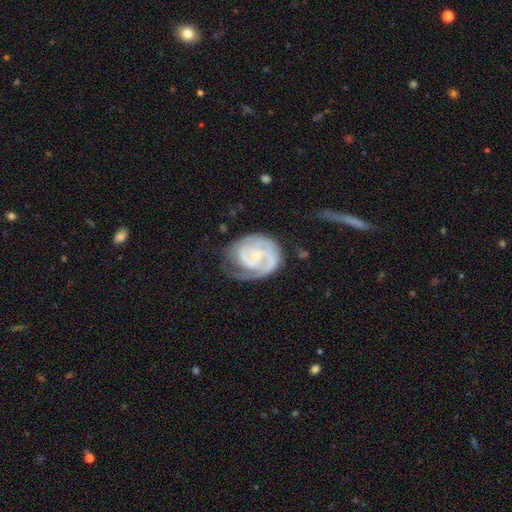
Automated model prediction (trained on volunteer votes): featured or disk 85%, smooth 10%, star or artifact 5%. Down the decision tree: edge-on disk — no (98%); bar — no (60%); spiral arms — yes (96%); spiral arm count — 2 (49%); spiral winding — tight (65%); bulge size — small (67%); merging — none (55%).